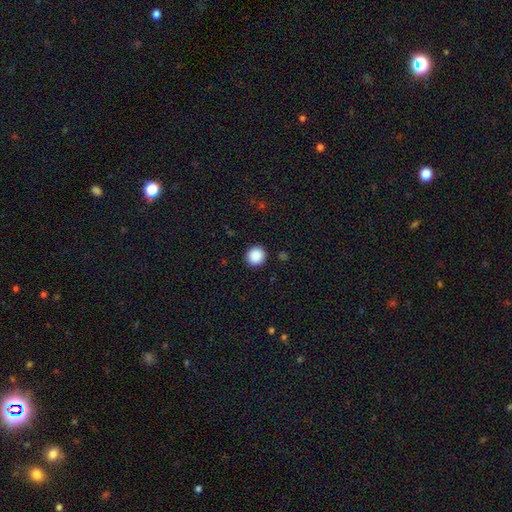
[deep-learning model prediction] smooth_or_featured: smooth (p=0.89) [alt: star or artifact p=0.09]
how_rounded: round (p=0.94) [alt: in between p=0.05]
merging: none (p=0.92) [alt: minor disturbance p=0.05]